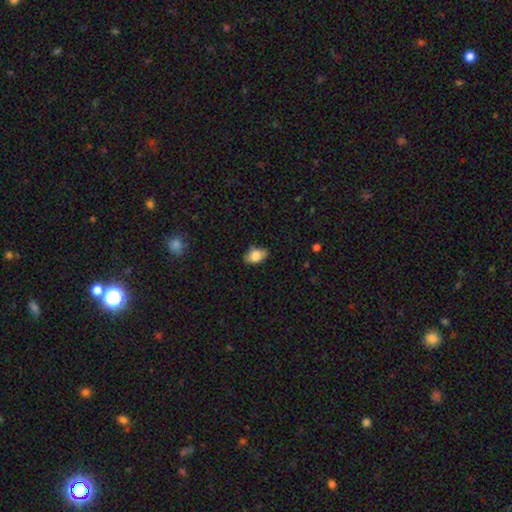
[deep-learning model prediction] Overall: smooth (80%). How rounded: in between (88%). Merging: none (78%).